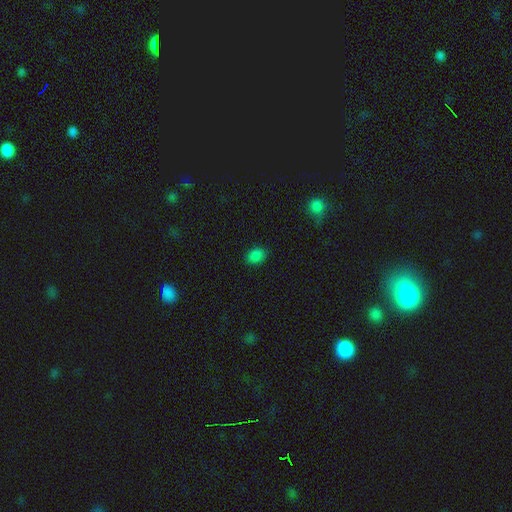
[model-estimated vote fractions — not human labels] A smooth galaxy with no disk features (83%) that is in between round and cigar-shaped (73%). Merging: none (85%).